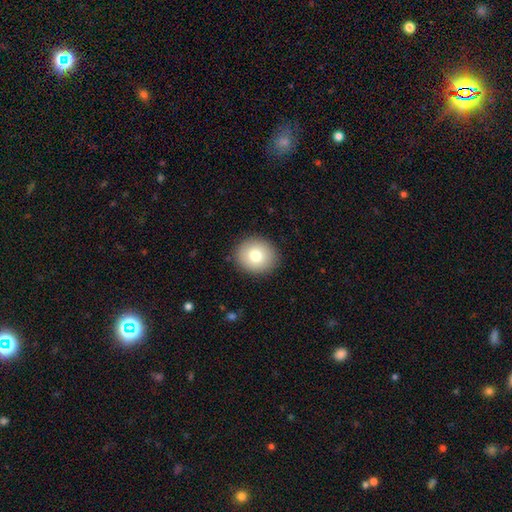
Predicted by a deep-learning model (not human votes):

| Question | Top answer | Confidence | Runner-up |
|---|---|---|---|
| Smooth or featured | smooth | 79% | featured or disk (12%) |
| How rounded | round | 83% | in between (16%) |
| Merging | none | 90% | minor disturbance (7%) |